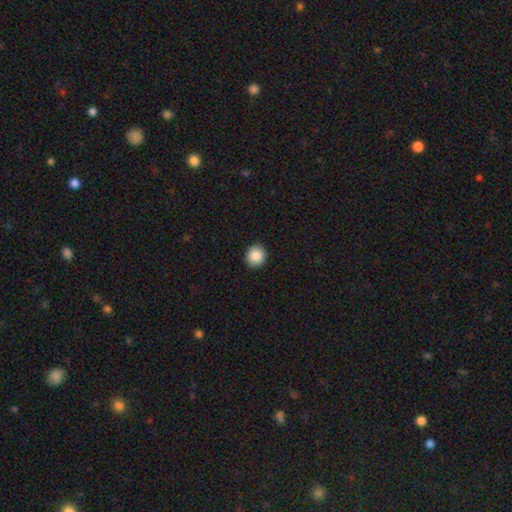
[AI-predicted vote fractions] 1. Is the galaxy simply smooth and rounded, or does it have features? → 88% smooth, 8% star or artifact, 4% featured or disk.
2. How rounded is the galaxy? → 89% round, 10% in between, 1% cigar-shaped.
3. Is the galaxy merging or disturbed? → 92% none, 5% minor disturbance, 2% major disturbance, 1% merger.